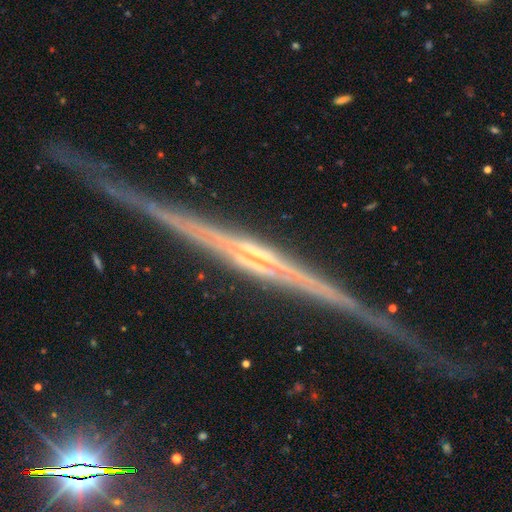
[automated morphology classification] A featured or disk galaxy (87%) viewed edge-on (97%) with a rounded central bulge (49%).

Vote fractions:
- Smooth or featured? featured or disk: 87% / star or artifact: 8% / smooth: 5%
- Edge-on disk? yes: 97% / no: 3%
- Edge-on bulge? rounded: 49% / none: 30% / boxy: 22%
- Merging? none: 83% / minor disturbance: 12% / major disturbance: 3% / merger: 2%